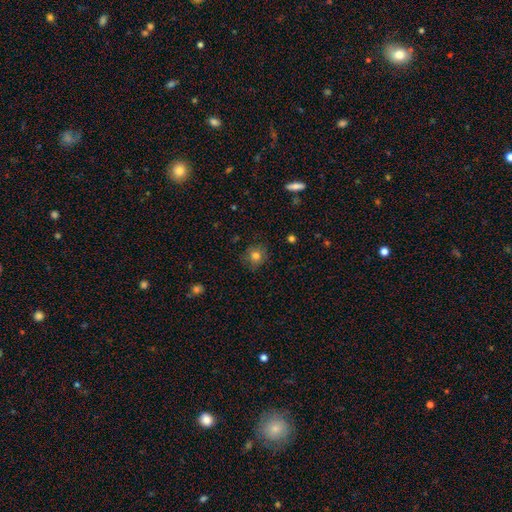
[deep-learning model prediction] A smooth galaxy with no disk features (79%) that is round (86%). Merging: none (84%).